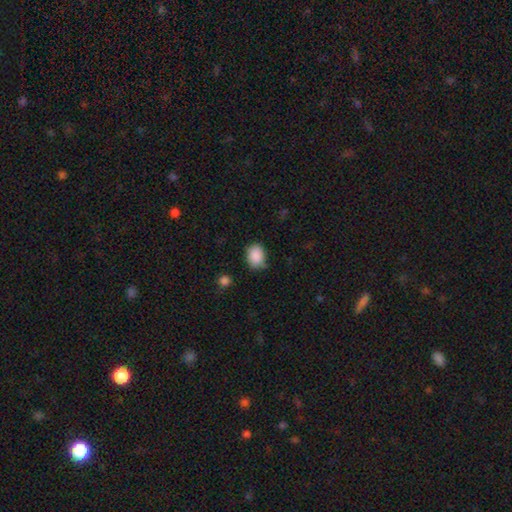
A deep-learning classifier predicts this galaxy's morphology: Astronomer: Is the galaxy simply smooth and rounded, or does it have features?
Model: smooth — 88%.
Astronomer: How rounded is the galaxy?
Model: in between — 60% (runner-up: round, 39%).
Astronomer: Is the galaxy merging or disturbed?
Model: none — 71%.